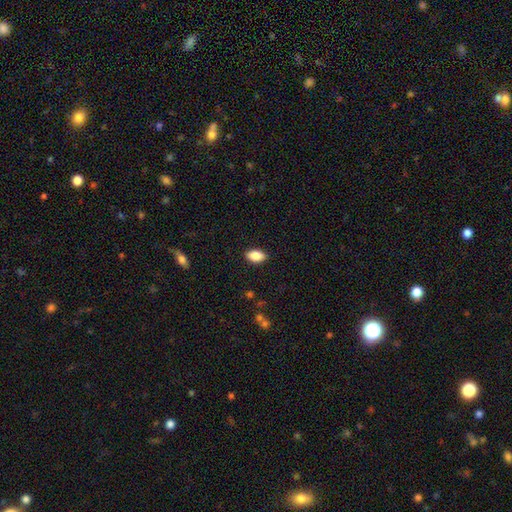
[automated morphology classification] The model was most divided on "smooth or featured": smooth: 86%, star or artifact: 8%, featured or disk: 7%. More confident: how rounded — in between (92%); merging — none (88%).